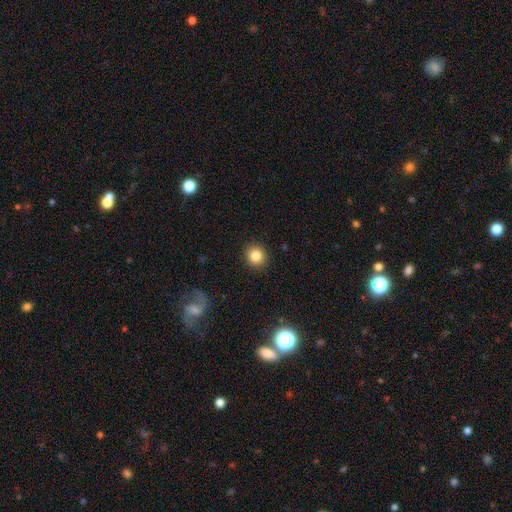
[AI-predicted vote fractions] This appears to be a smooth galaxy with no disk features (84%) that is round (91%). Merging: none (91%).